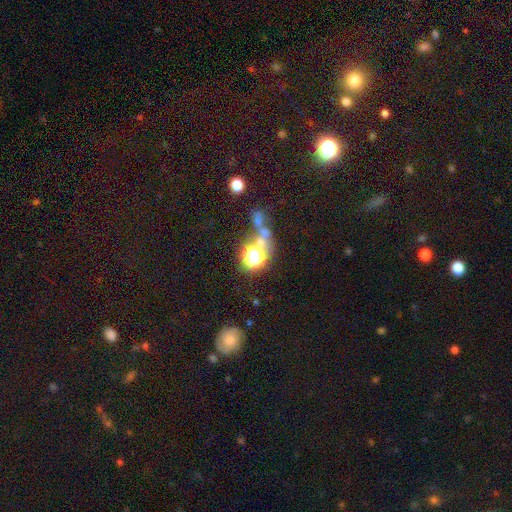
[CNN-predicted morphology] Smooth or featured? star or artifact (49%)